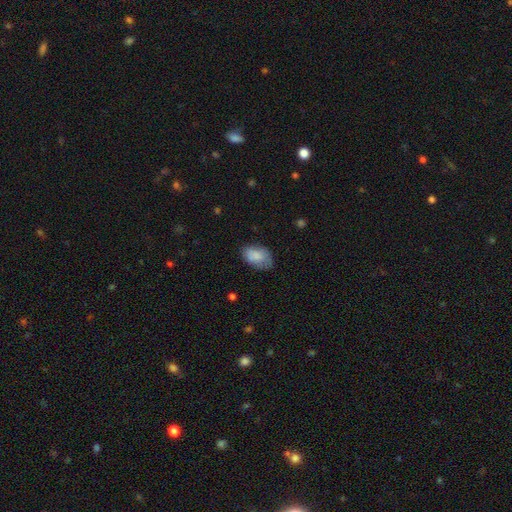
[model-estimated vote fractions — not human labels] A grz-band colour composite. It shows a smooth galaxy with no disk features (81%) that is in between round and cigar-shaped (90%). Merging: none (57%).